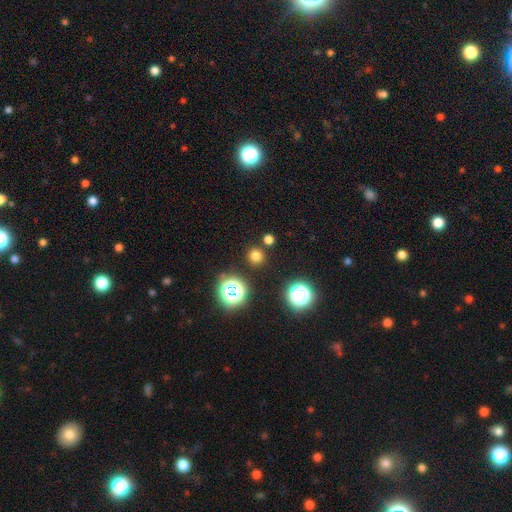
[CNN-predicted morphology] smooth_or_featured: smooth (p=0.71) [alt: star or artifact p=0.24]
how_rounded: round (p=0.95) [alt: in between p=0.04]
merging: none (p=0.88) [alt: minor disturbance p=0.06]